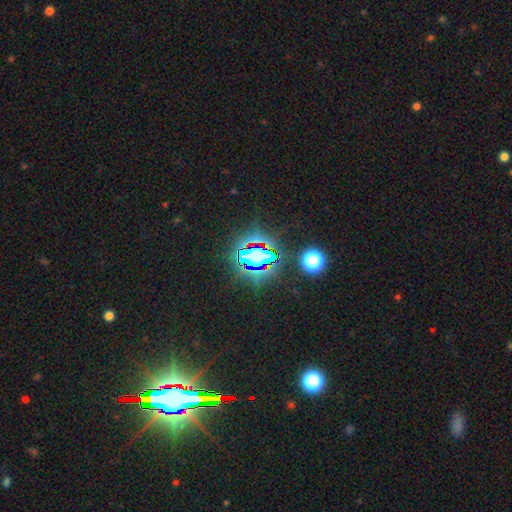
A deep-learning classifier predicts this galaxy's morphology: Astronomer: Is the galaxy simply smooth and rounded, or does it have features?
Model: star or artifact — 70%.